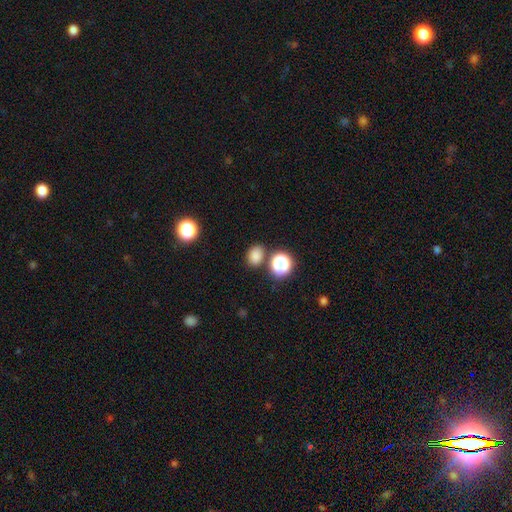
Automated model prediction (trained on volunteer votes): smooth 80%, star or artifact 15%, featured or disk 5%. Down the decision tree: how rounded — in between (60%); merging — none (77%).